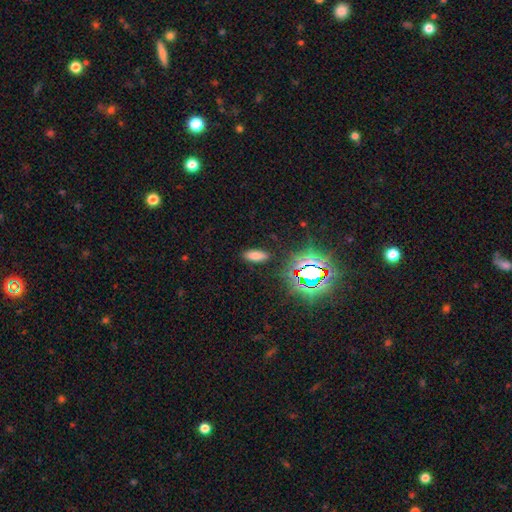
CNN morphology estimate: This appears to be a smooth galaxy with no disk features (70%) that is in between round and cigar-shaped (77%). Merging: none (88%).